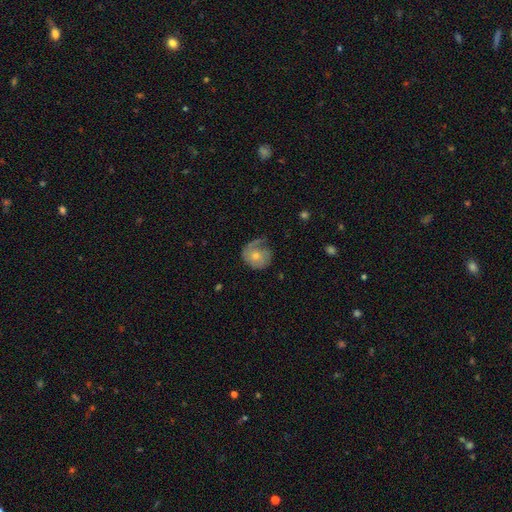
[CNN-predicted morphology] This is possibly a featured or disk galaxy (57%). It is clearly not viewed edge-on (97%). Bar: clearly no (82%). Spiral arm pattern: likely yes (78%). Central bulge: possibly moderate (52%). Merging: possibly none (55%).